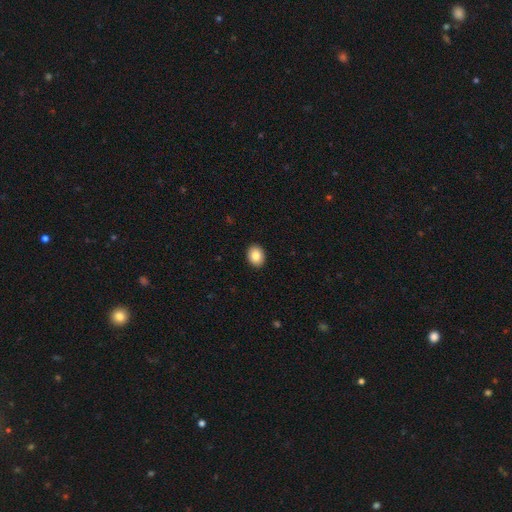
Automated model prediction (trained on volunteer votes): This appears to be a smooth galaxy with no disk features (85%) that is in between round and cigar-shaped (55%). Merging: none (92%).